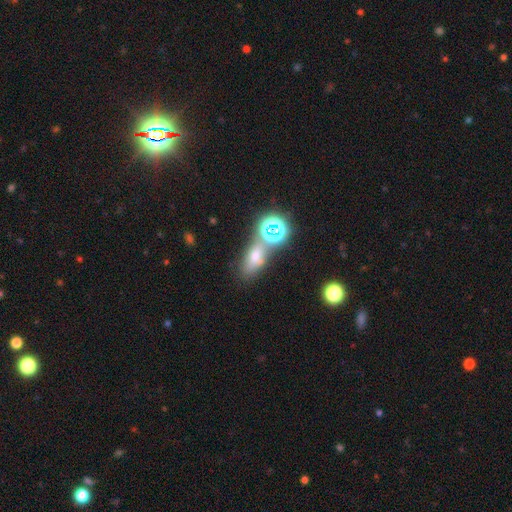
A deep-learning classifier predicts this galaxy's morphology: Smooth or featured: smooth — 51% (star or artifact — 35%)
How rounded: in between — 69% (round — 23%)
Merging: none — 59% (merger — 21%)